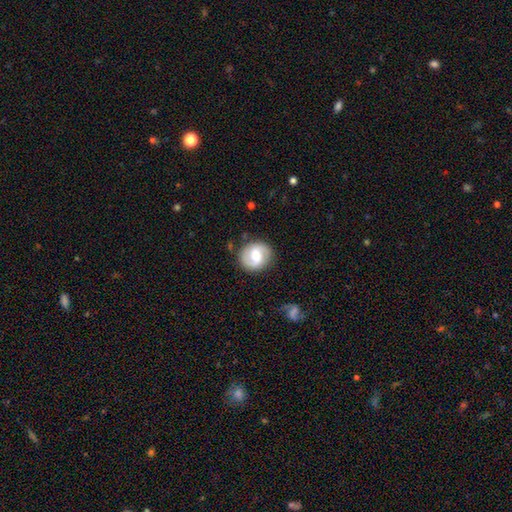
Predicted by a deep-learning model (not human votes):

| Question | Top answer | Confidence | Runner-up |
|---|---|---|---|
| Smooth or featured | featured or disk | 65% | smooth (28%) |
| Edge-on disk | no | 98% | yes (2%) |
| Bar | weak | 52% | no (26%) |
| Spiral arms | yes | 89% | no (11%) |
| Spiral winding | medium | 46% | tight (32%) |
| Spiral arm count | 2 | 87% | can't tell (6%) |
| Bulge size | moderate | 55% | small (21%) |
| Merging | none | 83% | minor disturbance (12%) |